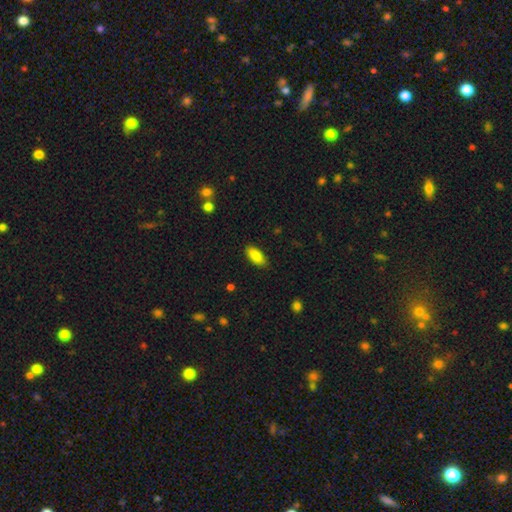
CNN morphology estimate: This appears to be a smooth galaxy with no disk features (88%) that is in between round and cigar-shaped (87%). Merging: none (85%).